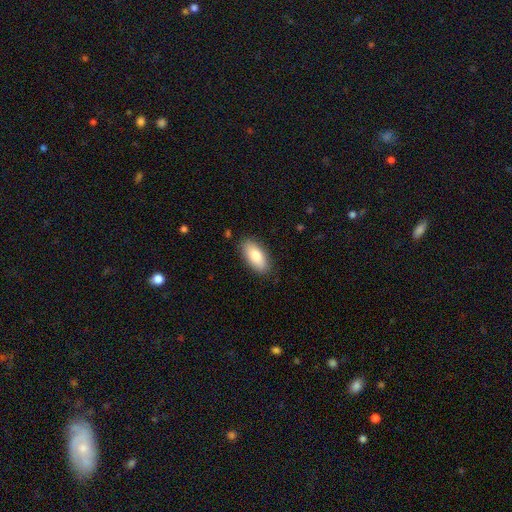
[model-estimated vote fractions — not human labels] Morphology: type=smooth (82%); roundness=in between (89%); merging=none (86%).